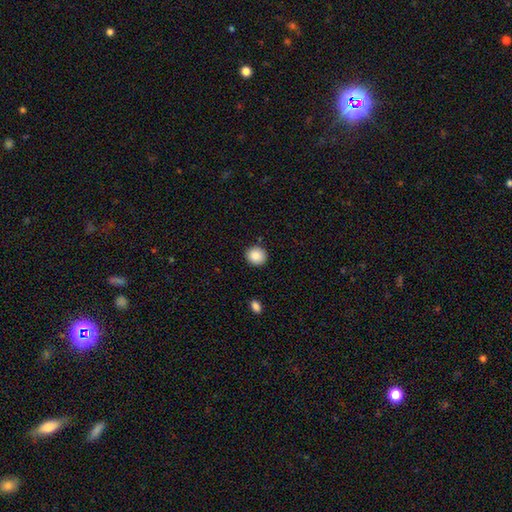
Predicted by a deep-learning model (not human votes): A smooth galaxy with no disk features (88%) that is round (85%). Merging: none (88%).